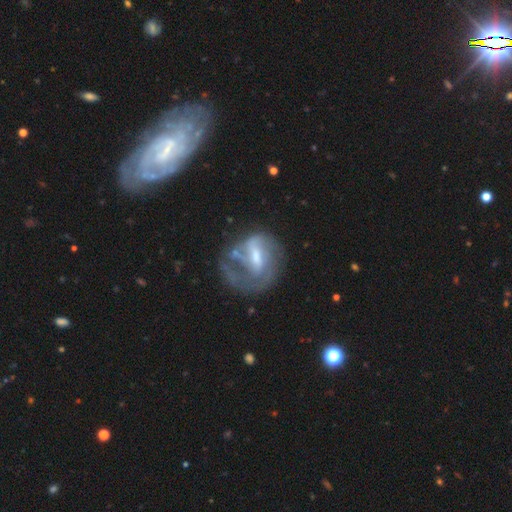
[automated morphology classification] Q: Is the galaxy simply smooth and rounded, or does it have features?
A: featured or disk — 73%.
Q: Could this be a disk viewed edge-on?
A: no — 96%.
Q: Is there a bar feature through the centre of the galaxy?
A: weak — 48%.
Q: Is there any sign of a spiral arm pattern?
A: yes — 73%.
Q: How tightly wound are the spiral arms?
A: medium — 39%.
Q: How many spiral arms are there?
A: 2 — 33%.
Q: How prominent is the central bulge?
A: moderate — 44%.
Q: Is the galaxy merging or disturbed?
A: none — 39%.